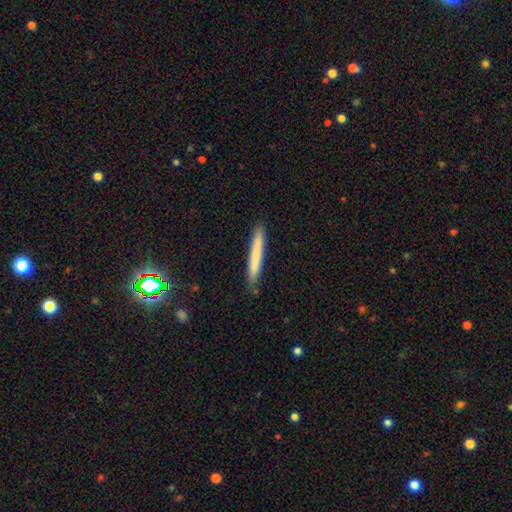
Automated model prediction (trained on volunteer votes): A smooth galaxy with no disk features (73%) that is cigar-shaped (96%).

Vote fractions:
- Smooth or featured? smooth: 73% / featured or disk: 20% / star or artifact: 7%
- How rounded? cigar-shaped: 96% / in between: 3% / round: 1%
- Merging? none: 89% / minor disturbance: 8% / major disturbance: 1% / merger: 1%